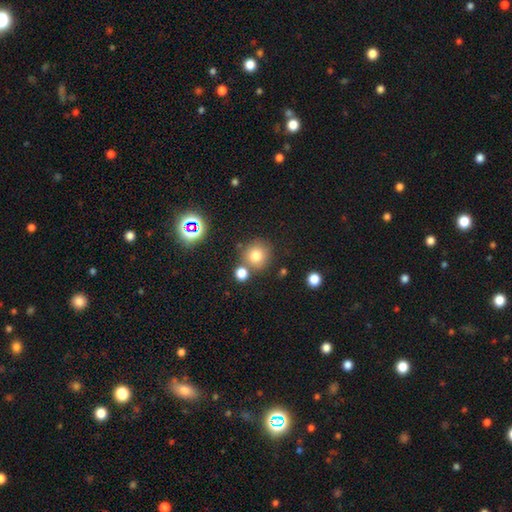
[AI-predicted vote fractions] Smooth or featured? smooth (76%)
How rounded? round (92%)
Merging? none (72%)